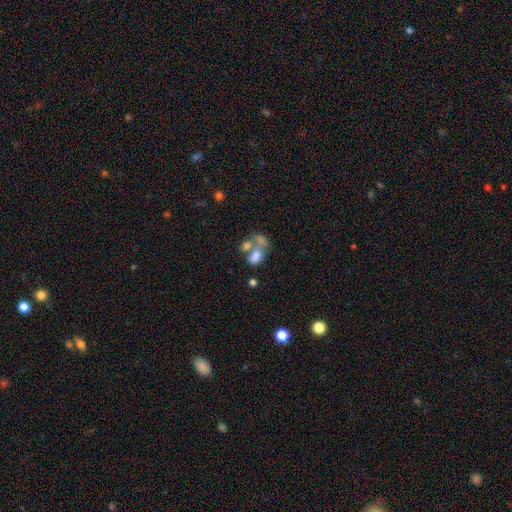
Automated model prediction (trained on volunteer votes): smooth-or-featured: smooth: 64% | featured or disk: 24% | star or artifact: 12%
  how-rounded: in between: 80% | round: 18% | cigar-shaped: 2%
  merging: merger: 61% | none: 19% | major disturbance: 12% | minor disturbance: 8%